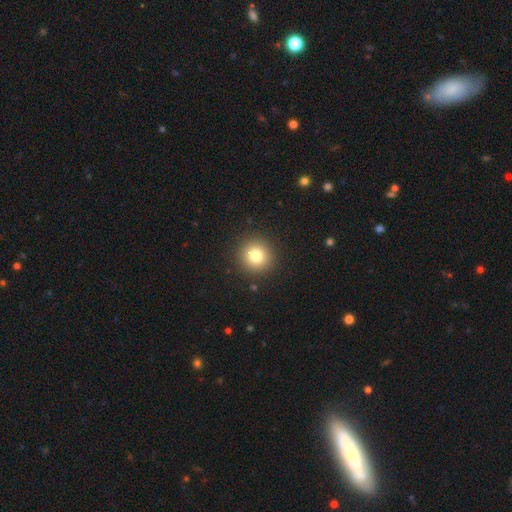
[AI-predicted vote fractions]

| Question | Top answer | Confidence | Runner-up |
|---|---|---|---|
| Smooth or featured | smooth | 80% | star or artifact (12%) |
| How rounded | round | 94% | in between (5%) |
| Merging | none | 91% | minor disturbance (6%) |